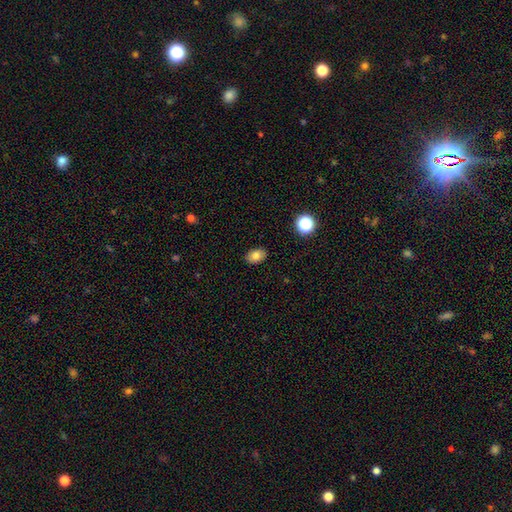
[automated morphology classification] This appears to be a smooth galaxy with no disk features (80%) that is in between round and cigar-shaped (83%). Merging: none (88%).